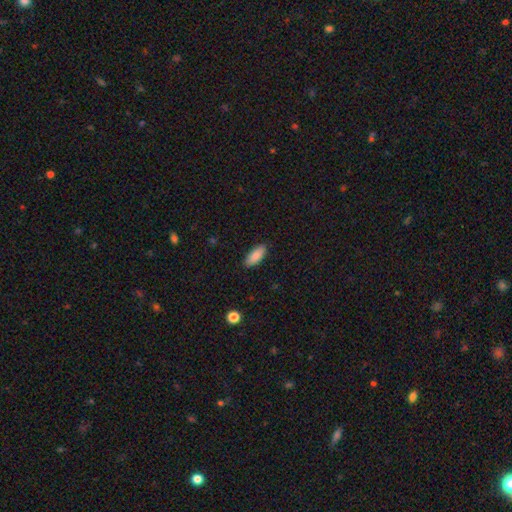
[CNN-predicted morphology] A smooth galaxy with no disk features (88%) that is in between round and cigar-shaped (82%). Merging: none (87%).